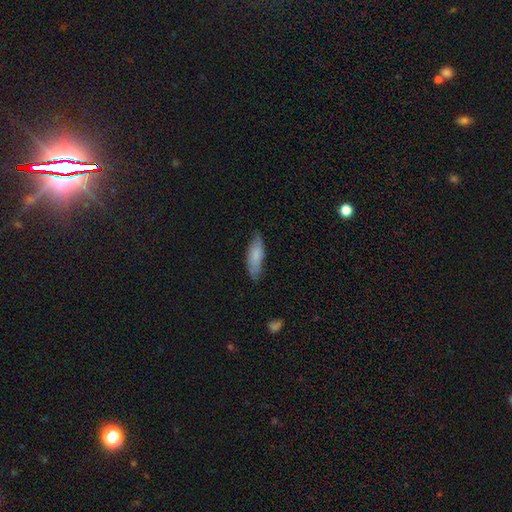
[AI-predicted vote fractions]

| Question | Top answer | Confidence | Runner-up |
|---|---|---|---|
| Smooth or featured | smooth | 78% | featured or disk (17%) |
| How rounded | in between | 56% | cigar-shaped (43%) |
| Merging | none | 75% | minor disturbance (20%) |